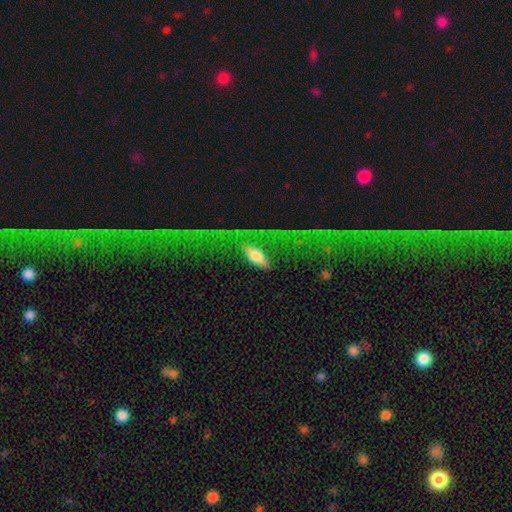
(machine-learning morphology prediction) A smooth galaxy with no disk features (54%) that is in between round and cigar-shaped (63%).

Vote fractions:
- Smooth or featured? smooth: 54% / featured or disk: 37% / star or artifact: 10%
- How rounded? in between: 63% / cigar-shaped: 31% / round: 5%
- Merging? major disturbance: 38% / none: 35% / minor disturbance: 19% / merger: 8%